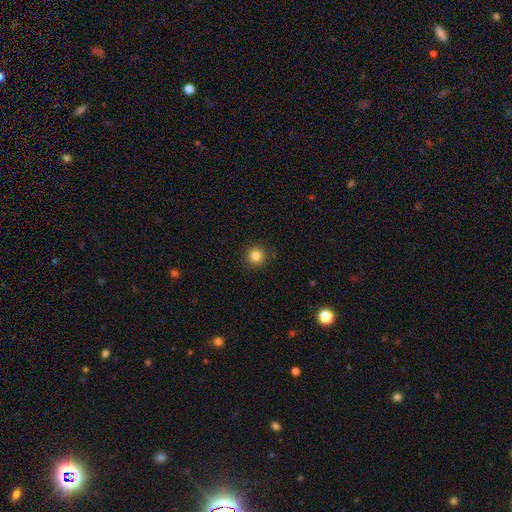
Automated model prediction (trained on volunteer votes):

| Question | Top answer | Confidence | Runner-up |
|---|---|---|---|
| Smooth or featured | smooth | 84% | star or artifact (11%) |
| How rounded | round | 95% | in between (4%) |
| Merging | none | 91% | minor disturbance (6%) |